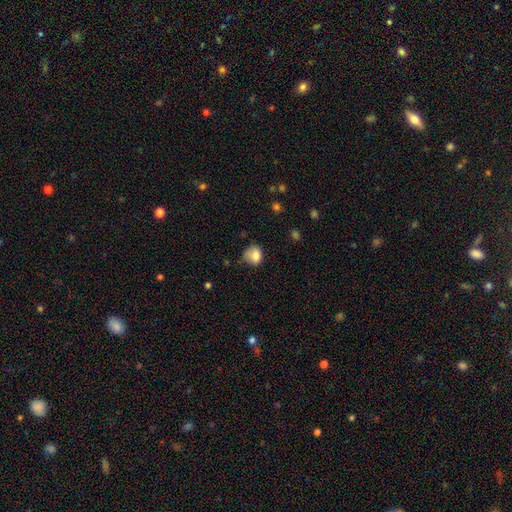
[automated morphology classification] A smooth galaxy with no disk features (80%) that is round (63%).

Vote fractions:
- Smooth or featured? smooth: 80% / featured or disk: 11% / star or artifact: 10%
- How rounded? round: 63% / in between: 36% / cigar-shaped: 1%
- Merging? none: 45% / minor disturbance: 37% / major disturbance: 14% / merger: 4%